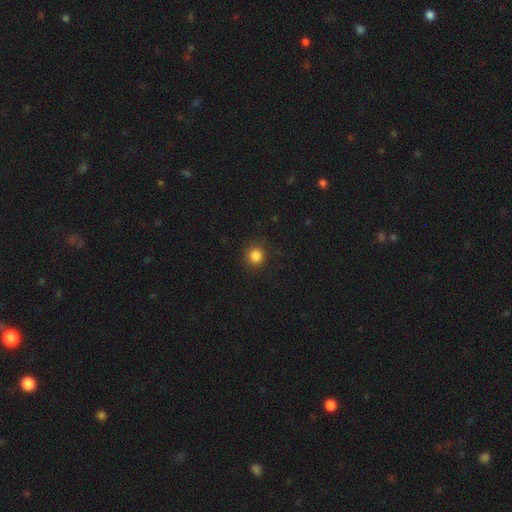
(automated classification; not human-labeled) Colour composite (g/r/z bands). It shows a smooth galaxy with no disk features (85%) that is round (92%). Merging: none (88%).